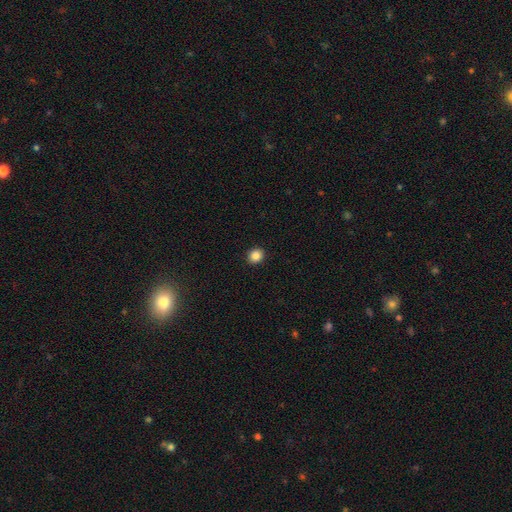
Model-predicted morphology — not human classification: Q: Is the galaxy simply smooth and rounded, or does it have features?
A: smooth — 86%.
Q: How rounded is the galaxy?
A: round — 77%.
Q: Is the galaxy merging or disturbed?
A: none — 92%.